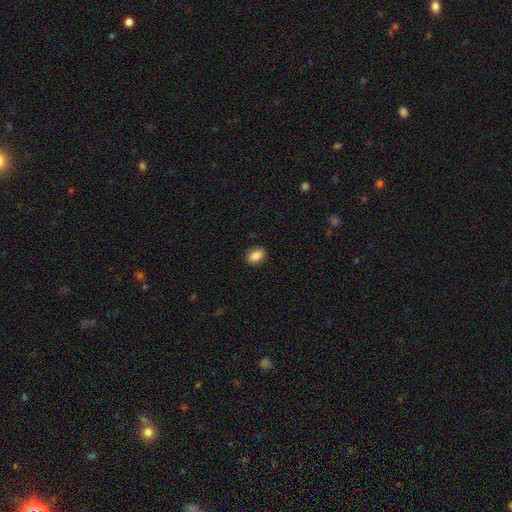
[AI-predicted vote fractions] Smooth or featured? smooth (86%)
How rounded? in between (73%)
Merging? none (88%)